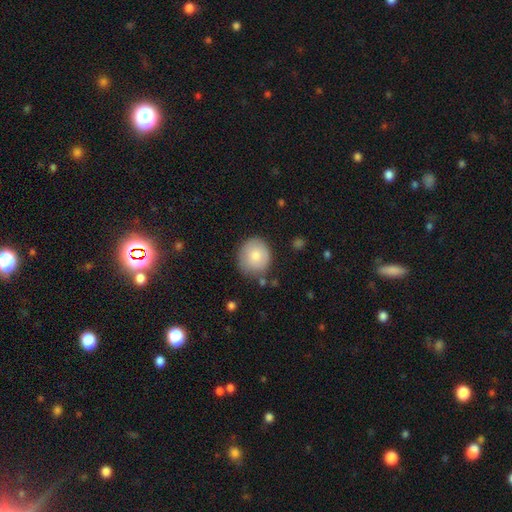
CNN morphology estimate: Smooth or featured? smooth (80%)
How rounded? round (83%)
Merging? none (75%)